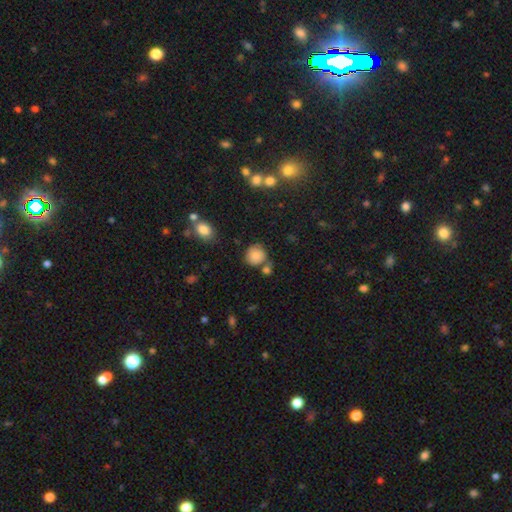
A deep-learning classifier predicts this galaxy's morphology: Smooth or featured? smooth (80%)
How rounded? round (87%)
Merging? none (67%)